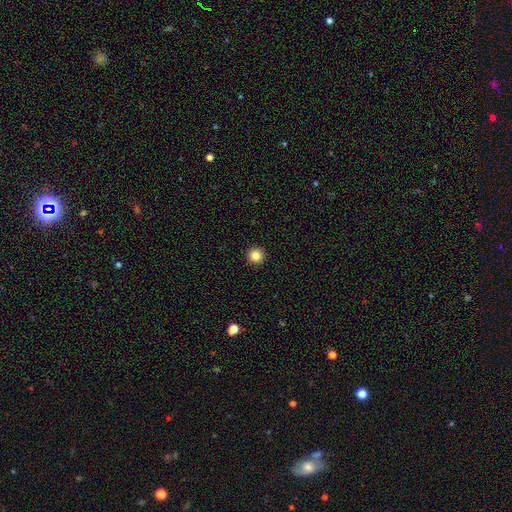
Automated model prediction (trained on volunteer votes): This is clearly a smooth galaxy (84%). How rounded: clearly round (96%). Merging: clearly none (94%).